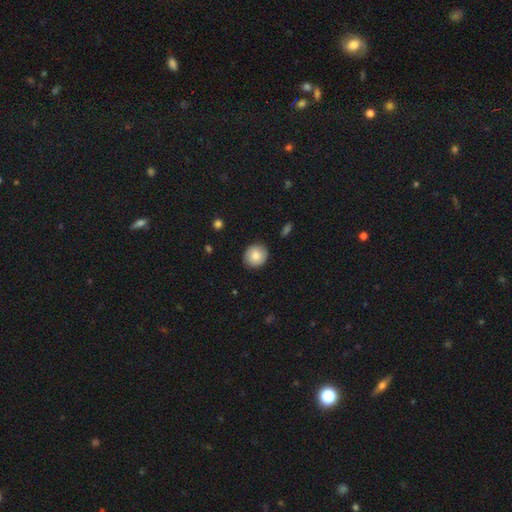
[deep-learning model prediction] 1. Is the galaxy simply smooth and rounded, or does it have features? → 80% smooth, 13% featured or disk, 7% star or artifact.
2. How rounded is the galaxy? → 84% round, 15% in between, 1% cigar-shaped.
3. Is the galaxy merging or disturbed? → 89% none, 8% minor disturbance, 2% major disturbance, 1% merger.